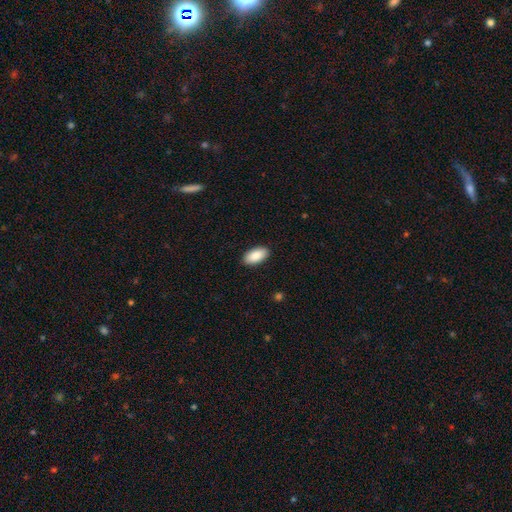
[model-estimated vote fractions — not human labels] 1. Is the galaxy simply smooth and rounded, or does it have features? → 90% smooth, 6% star or artifact, 5% featured or disk.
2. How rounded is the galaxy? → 94% in between, 3% cigar-shaped, 2% round.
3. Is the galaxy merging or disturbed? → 90% none, 7% minor disturbance, 2% major disturbance, 1% merger.